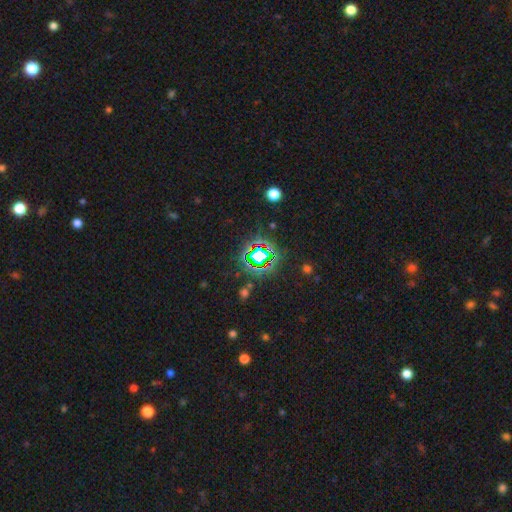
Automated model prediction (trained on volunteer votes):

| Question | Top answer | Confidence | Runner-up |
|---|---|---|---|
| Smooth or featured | star or artifact | 72% | smooth (16%) |